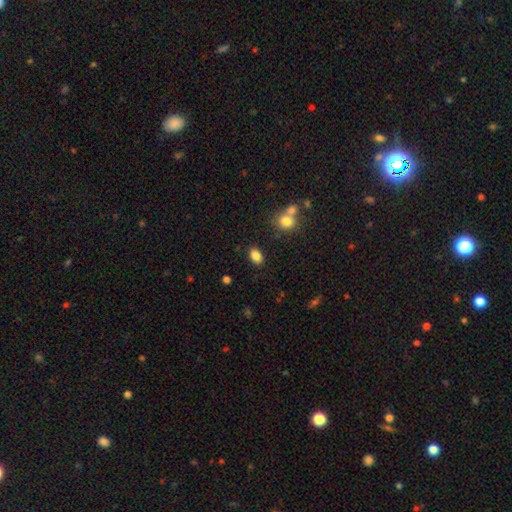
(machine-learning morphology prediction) smooth-or-featured: smooth: 85% | star or artifact: 9% | featured or disk: 6%
  how-rounded: in between: 86% | round: 12% | cigar-shaped: 2%
  merging: none: 84% | minor disturbance: 10% | merger: 4% | major disturbance: 3%